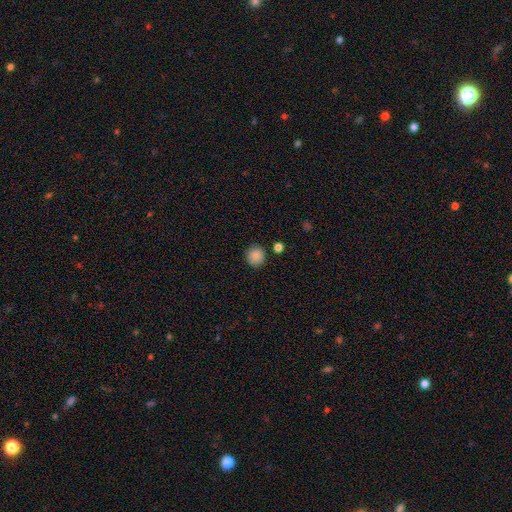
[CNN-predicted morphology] The model was most divided on "merging": none: 86%, minor disturbance: 9%, merger: 3%, major disturbance: 2%. More confident: how rounded — round (89%); smooth or featured — smooth (87%).